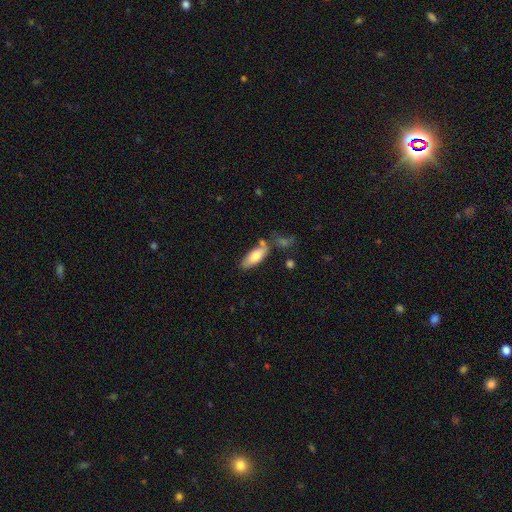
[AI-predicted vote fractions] Overall: smooth (74%). How rounded: in between (71%). Merging: none (59%; minor disturbance 20%).